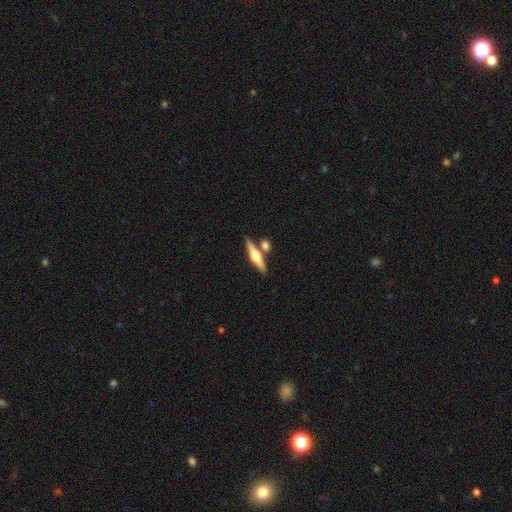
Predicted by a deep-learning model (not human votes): Overall: featured or disk (64%; smooth 30%). Edge-on disk: yes (96%). Edge-on bulge: rounded (92%). Merging: none (71%).